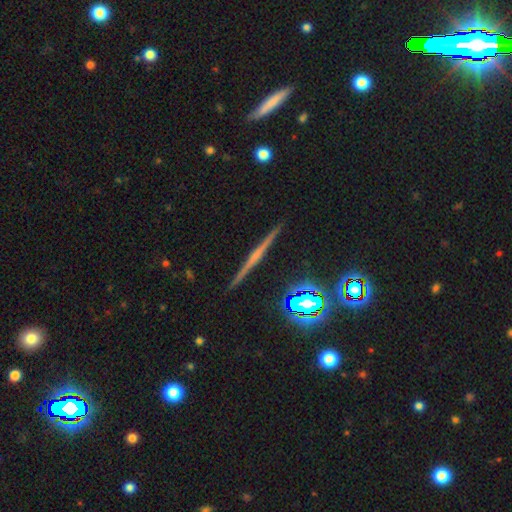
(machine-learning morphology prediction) Smooth or featured: featured or disk — 66% (smooth — 20%)
Edge-on disk: yes — 98% (no — 2%)
Edge-on bulge: none — 53% (rounded — 36%)
Merging: none — 92% (minor disturbance — 6%)